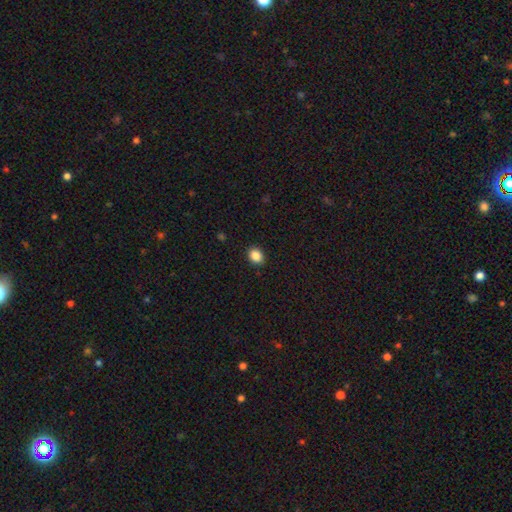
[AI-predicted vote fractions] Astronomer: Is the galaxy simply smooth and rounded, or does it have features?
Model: smooth — 87%.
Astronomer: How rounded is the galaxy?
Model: round — 50% (runner-up: in between, 49%).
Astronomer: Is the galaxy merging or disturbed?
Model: none — 91%.